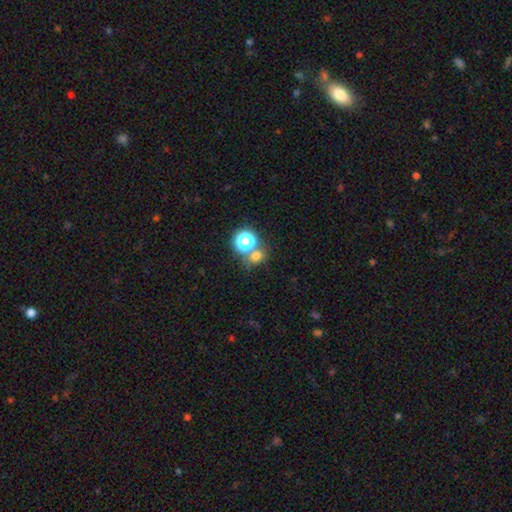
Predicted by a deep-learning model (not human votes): Smooth or featured: smooth — 67% (star or artifact — 25%)
How rounded: round — 73% (in between — 26%)
Merging: none — 59% (merger — 27%)